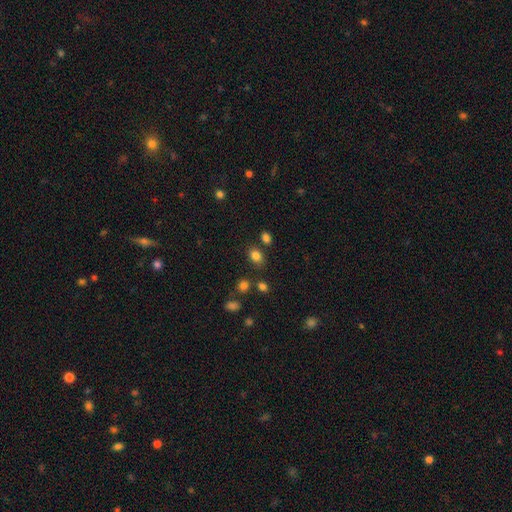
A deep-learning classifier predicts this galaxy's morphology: This is clearly a smooth galaxy (82%). How rounded: likely in between (69%). Merging: likely none (77%).